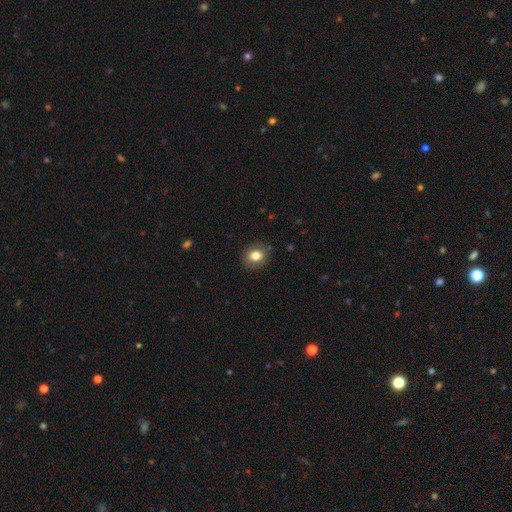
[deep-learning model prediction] Q: Smooth or featured?
A: smooth (81%); runner-up: star or artifact (10%)
Q: How rounded?
A: round (66%); runner-up: in between (33%)
Q: Merging?
A: none (86%); runner-up: minor disturbance (10%)